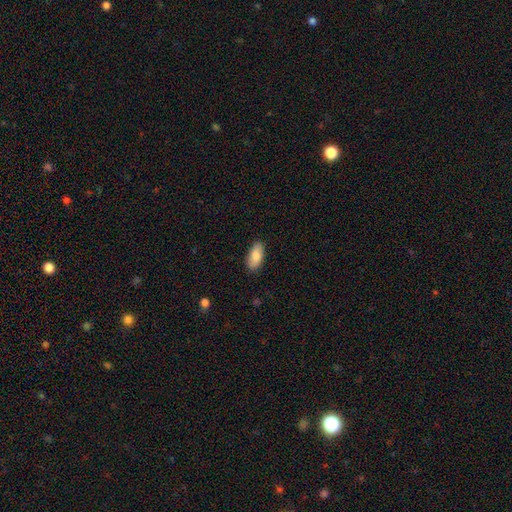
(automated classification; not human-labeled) A smooth galaxy with no disk features (82%) that is in between round and cigar-shaped (91%). Merging: none (87%).